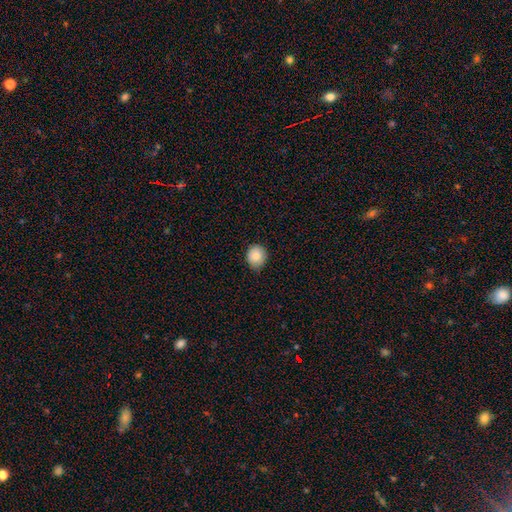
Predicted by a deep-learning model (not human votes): This appears to be a smooth galaxy with no disk features (87%) that is round (74%). Merging: none (79%).